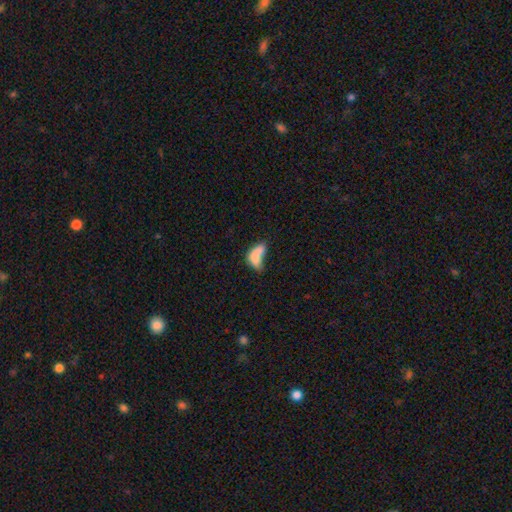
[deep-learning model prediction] A smooth galaxy with no disk features (69%) that is in between round and cigar-shaped (81%). Merging: merger (38%).